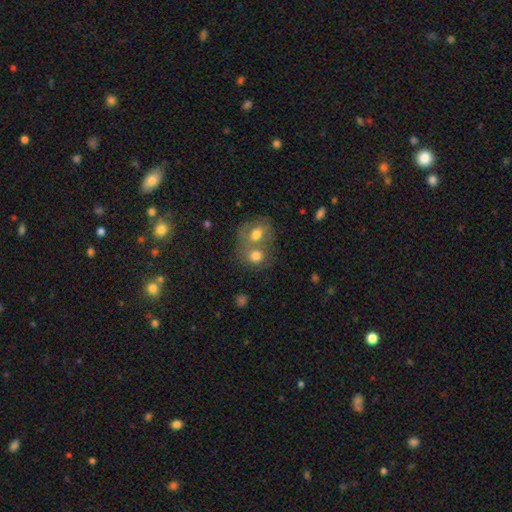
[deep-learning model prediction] Morphology: type=smooth (72%); roundness=round (69%); merging=merger (61%).